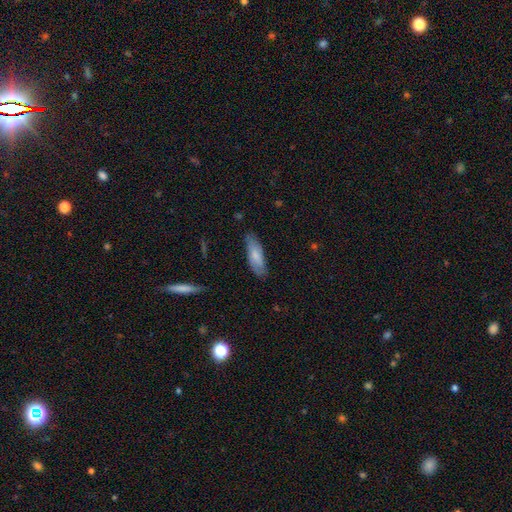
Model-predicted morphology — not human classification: smooth-or-featured: smooth: 75% | featured or disk: 19% | star or artifact: 6%
  how-rounded: in between: 56% | cigar-shaped: 42% | round: 2%
  merging: none: 76% | minor disturbance: 19% | major disturbance: 3% | merger: 1%